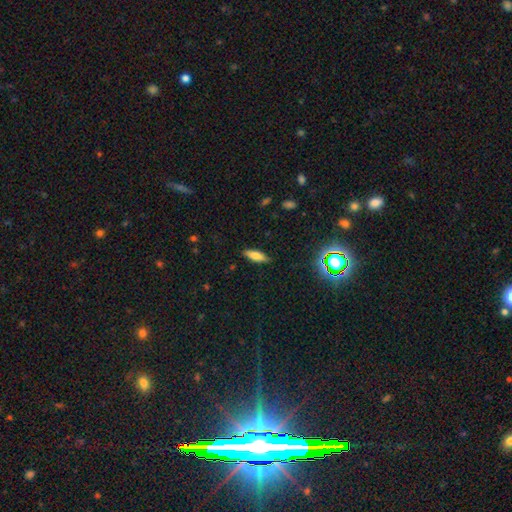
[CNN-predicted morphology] Smooth or featured? smooth (72%)
How rounded? in between (52%)
Merging? none (87%)